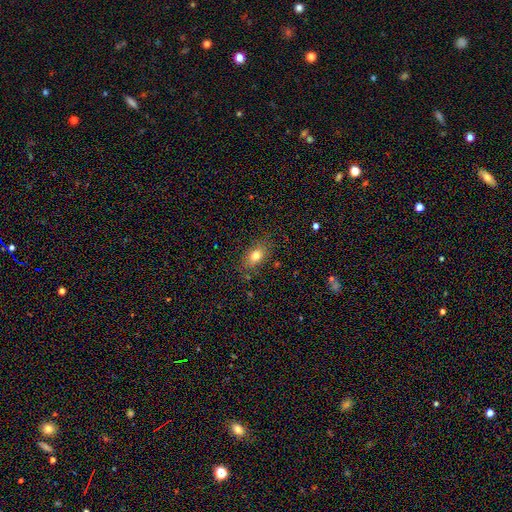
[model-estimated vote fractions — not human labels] smooth_or_featured: smooth (p=0.78) [alt: star or artifact p=0.11]
how_rounded: in between (p=0.76) [alt: round p=0.20]
merging: none (p=0.81) [alt: minor disturbance p=0.14]